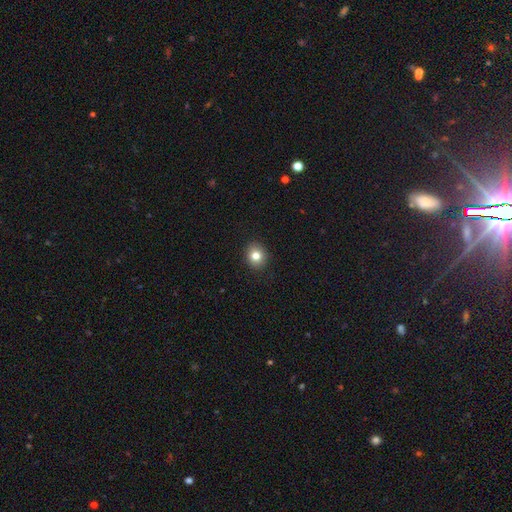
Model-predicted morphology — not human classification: A smooth galaxy with no disk features (80%) that is round (74%).

Vote fractions:
- Smooth or featured? smooth: 80% / star or artifact: 11% / featured or disk: 9%
- How rounded? round: 74% / in between: 25% / cigar-shaped: 1%
- Merging? none: 90% / minor disturbance: 7% / major disturbance: 2% / merger: 1%